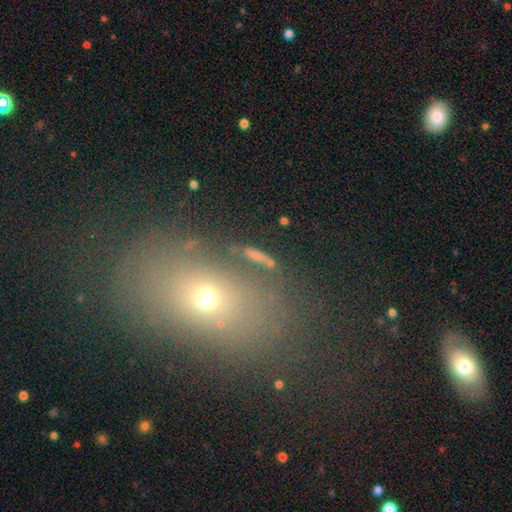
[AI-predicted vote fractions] Morphology: type=smooth (55%); roundness=in between (67%); merging=none (68%).